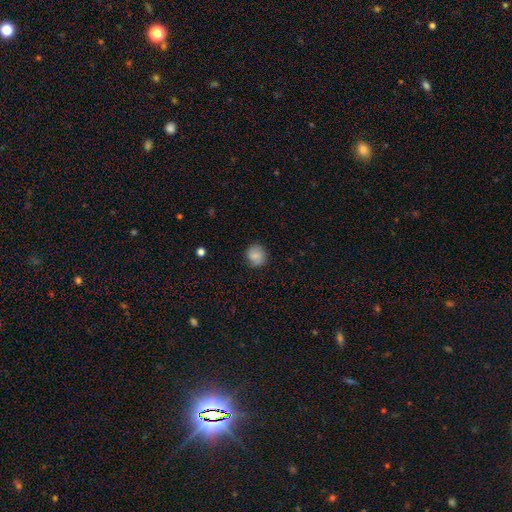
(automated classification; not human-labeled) smooth 79%, featured or disk 12%, star or artifact 9%. Down the decision tree: how rounded — round (86%); merging — none (83%).